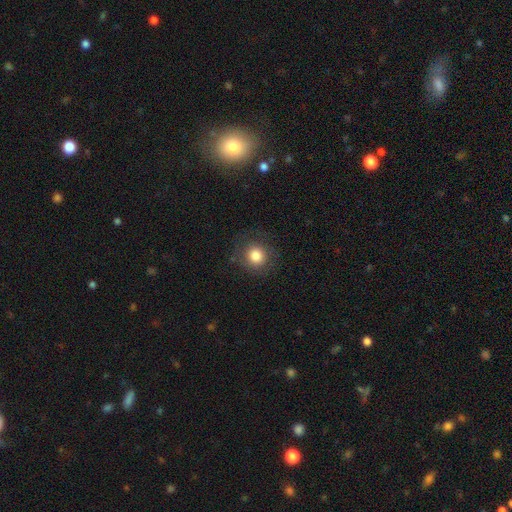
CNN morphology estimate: Q: Smooth or featured?
A: smooth (82%); runner-up: star or artifact (10%)
Q: How rounded?
A: round (87%); runner-up: in between (12%)
Q: Merging?
A: none (81%); runner-up: minor disturbance (12%)